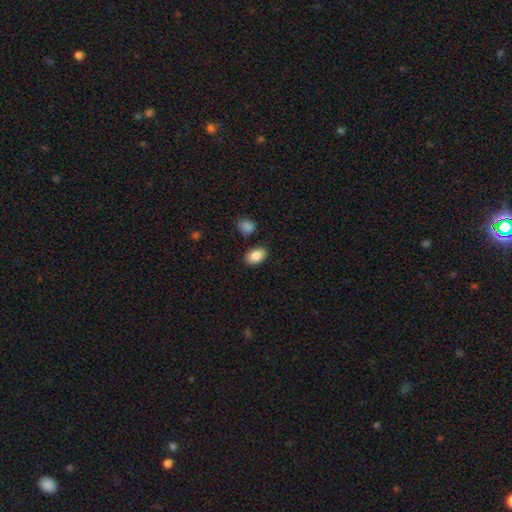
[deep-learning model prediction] smooth 87%, star or artifact 7%, featured or disk 6%. Down the decision tree: how rounded — in between (89%); merging — none (84%).